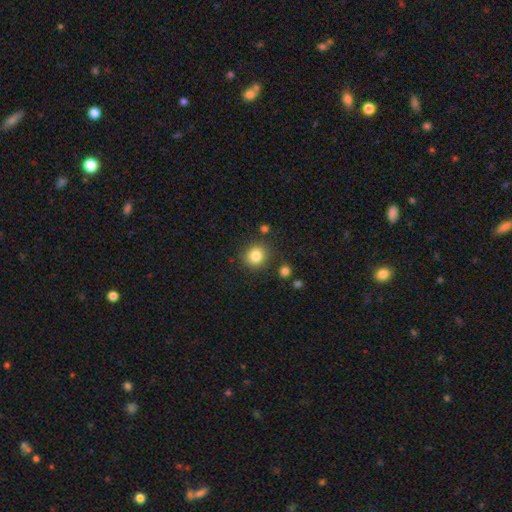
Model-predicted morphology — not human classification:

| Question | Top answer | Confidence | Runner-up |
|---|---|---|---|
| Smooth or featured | smooth | 84% | star or artifact (11%) |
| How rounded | round | 86% | in between (13%) |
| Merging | none | 84% | minor disturbance (9%) |